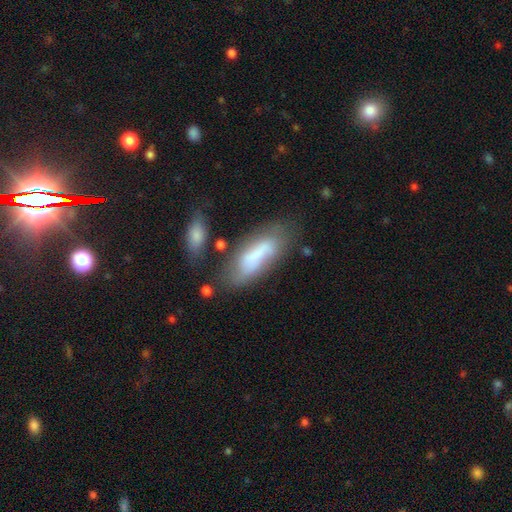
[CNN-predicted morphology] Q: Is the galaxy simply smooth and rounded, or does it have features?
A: smooth — 63%.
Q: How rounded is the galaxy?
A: in between — 66%.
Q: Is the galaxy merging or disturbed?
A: none — 46%.